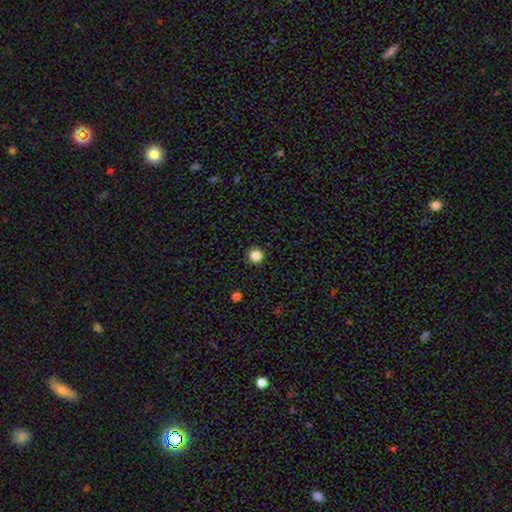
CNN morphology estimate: Q: Smooth or featured?
A: smooth (85%); runner-up: star or artifact (12%)
Q: How rounded?
A: round (96%); runner-up: in between (3%)
Q: Merging?
A: none (93%); runner-up: minor disturbance (4%)